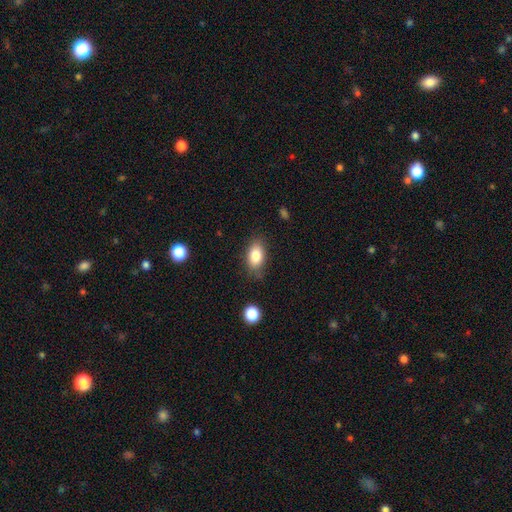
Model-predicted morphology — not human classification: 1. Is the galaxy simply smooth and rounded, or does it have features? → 83% smooth, 9% featured or disk, 8% star or artifact.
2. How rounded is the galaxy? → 88% in between, 9% round, 3% cigar-shaped.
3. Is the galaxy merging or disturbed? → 77% none, 17% minor disturbance, 4% major disturbance, 2% merger.